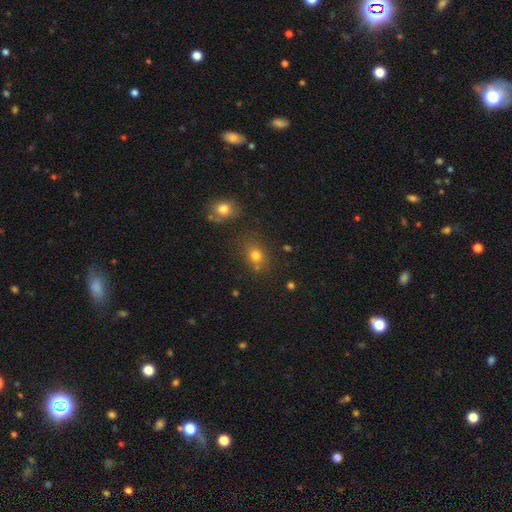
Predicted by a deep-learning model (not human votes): Overall: smooth (75%). How rounded: round (59%; in between 40%). Merging: none (71%).